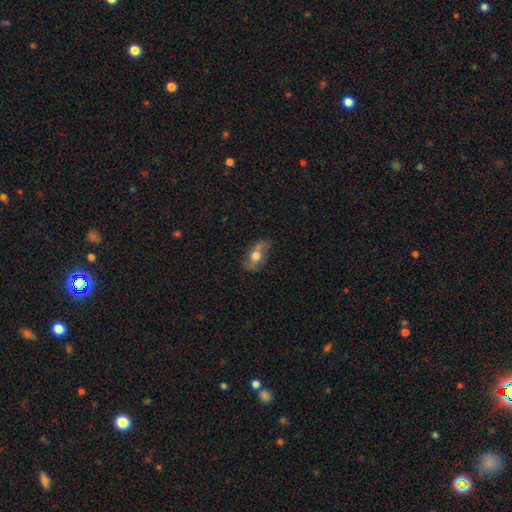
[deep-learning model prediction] Overall: featured or disk (46%, tied with smooth). Merging: none (67%).